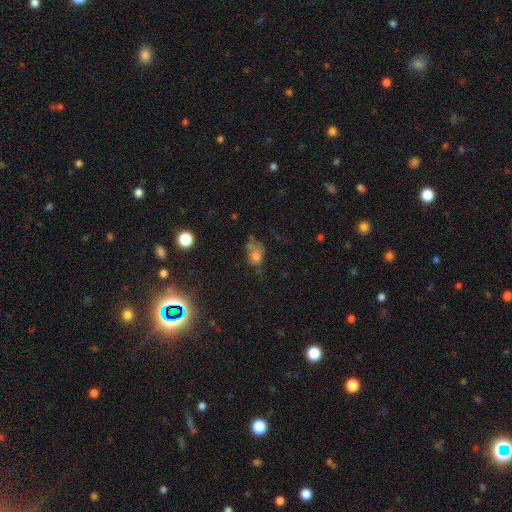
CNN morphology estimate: Smooth or featured: smooth — 63% (star or artifact — 19%)
How rounded: in between — 57% (round — 40%)
Merging: none — 38% (minor disturbance — 25%)